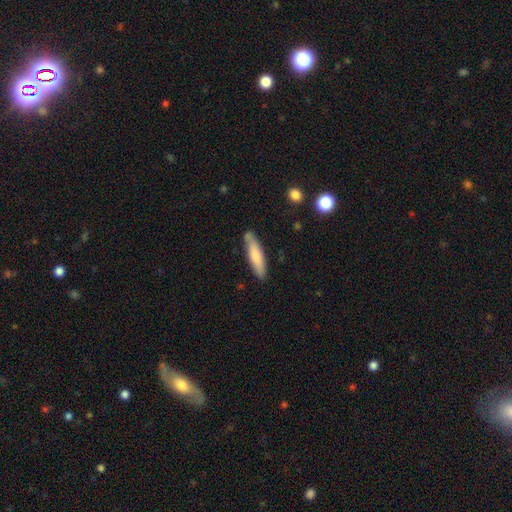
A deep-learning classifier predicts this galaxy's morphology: type=smooth (74%); roundness=cigar-shaped (77%); merging=none (80%).